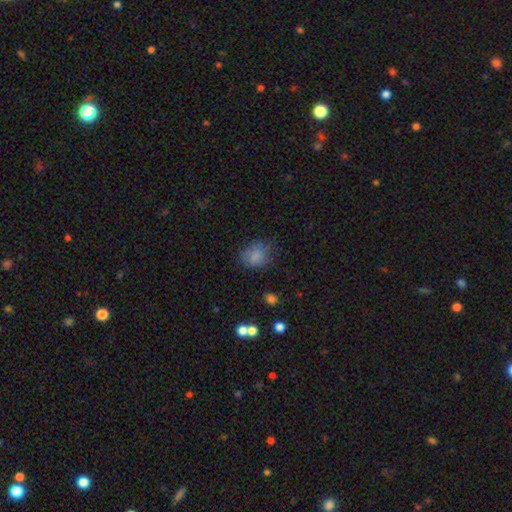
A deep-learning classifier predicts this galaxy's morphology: Smooth or featured? smooth (78%)
How rounded? in between (50%)
Merging? none (64%)